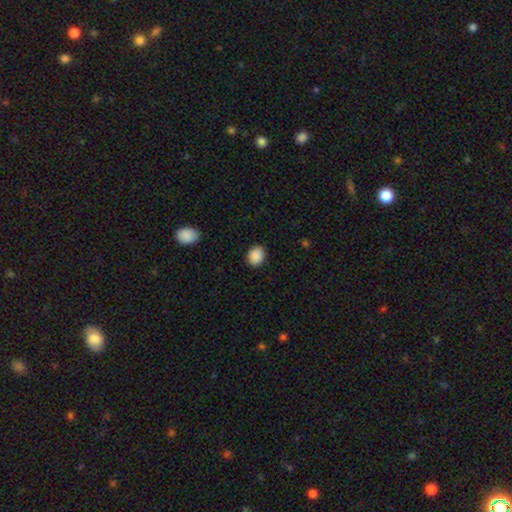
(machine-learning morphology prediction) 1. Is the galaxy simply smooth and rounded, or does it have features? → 89% smooth, 8% star or artifact, 3% featured or disk.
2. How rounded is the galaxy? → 52% in between, 47% round, 1% cigar-shaped.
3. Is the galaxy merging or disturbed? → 88% none, 9% minor disturbance, 2% major disturbance, 1% merger.